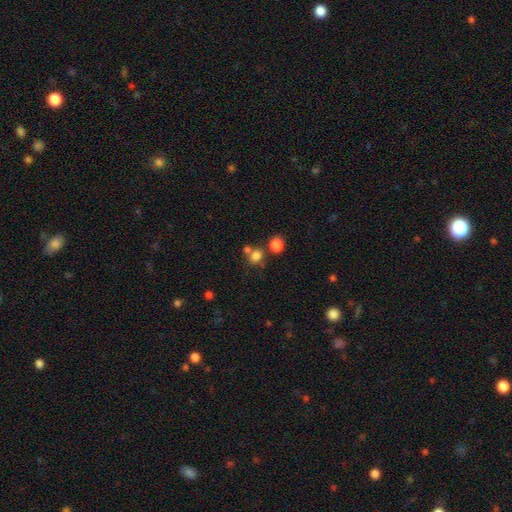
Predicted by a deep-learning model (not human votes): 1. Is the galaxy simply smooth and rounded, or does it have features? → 76% smooth, 17% star or artifact, 7% featured or disk.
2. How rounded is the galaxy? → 76% round, 23% in between, 1% cigar-shaped.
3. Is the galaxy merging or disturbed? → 59% none, 27% merger, 10% minor disturbance, 5% major disturbance.